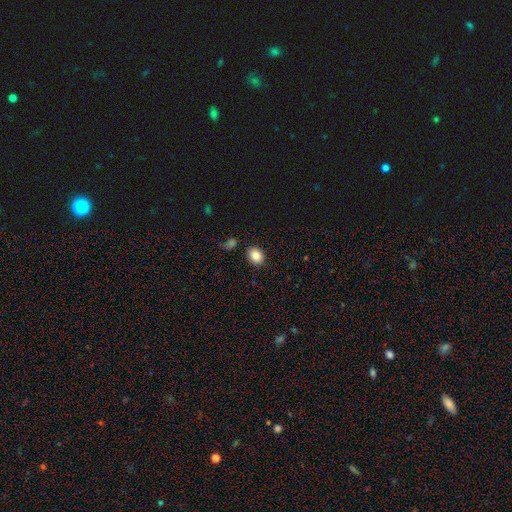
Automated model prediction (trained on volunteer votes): Morphology: type=smooth (84%); roundness=in between (50%); merging=none (86%).